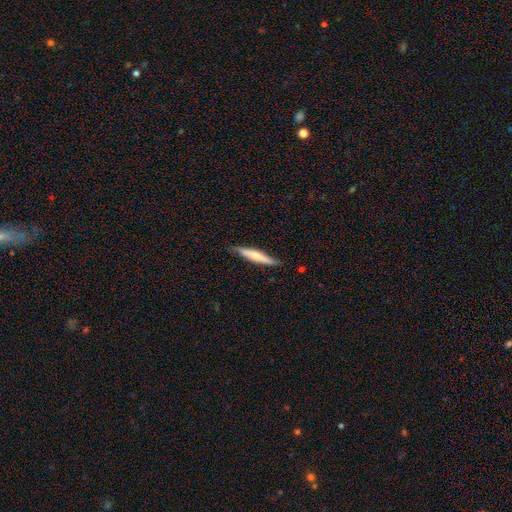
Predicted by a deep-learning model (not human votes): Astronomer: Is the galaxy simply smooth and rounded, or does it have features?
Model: smooth — 54% (runner-up: featured or disk, 40%).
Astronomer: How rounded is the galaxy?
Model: cigar-shaped — 91%.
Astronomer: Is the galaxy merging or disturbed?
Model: none — 83%.